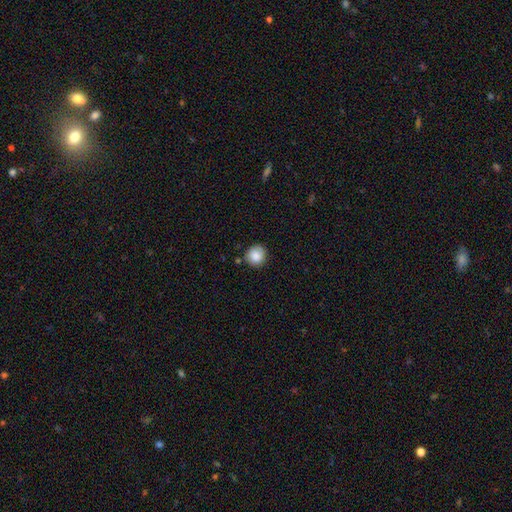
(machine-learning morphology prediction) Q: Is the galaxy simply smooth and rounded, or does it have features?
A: smooth — 86%.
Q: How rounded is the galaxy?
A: round — 90%.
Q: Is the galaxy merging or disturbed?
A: none — 79%.